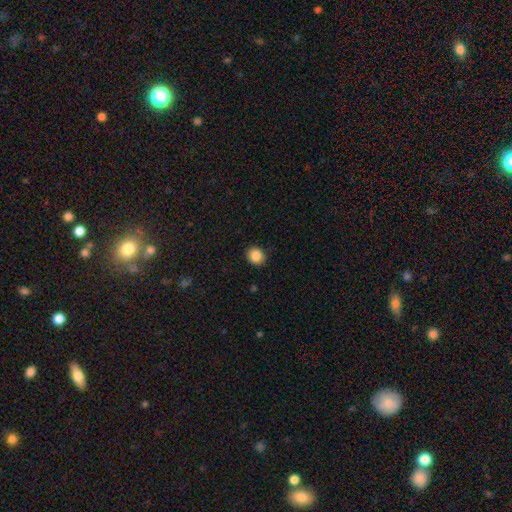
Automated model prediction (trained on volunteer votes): A smooth galaxy with no disk features (86%) that is round (82%). Merging: none (90%).